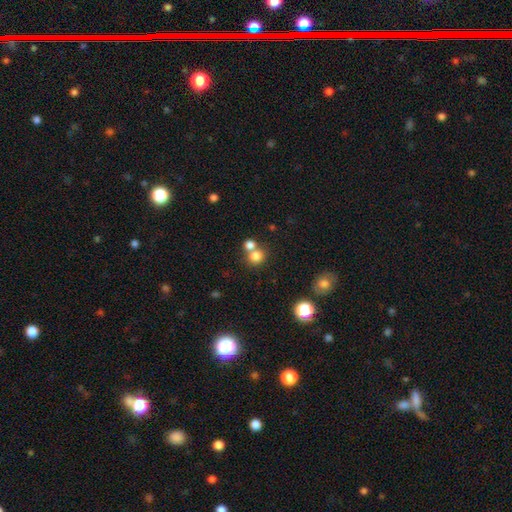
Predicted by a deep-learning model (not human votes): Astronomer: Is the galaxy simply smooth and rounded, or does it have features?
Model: smooth — 79%.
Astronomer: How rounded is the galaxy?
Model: round — 82%.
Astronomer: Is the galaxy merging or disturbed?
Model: none — 52% (runner-up: merger, 39%).